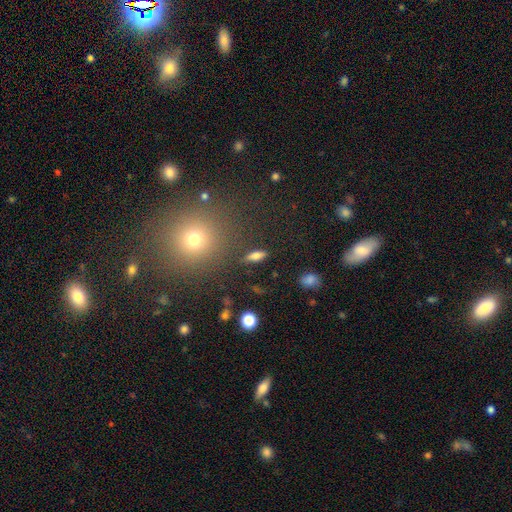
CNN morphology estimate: A smooth galaxy with no disk features (73%) that is in between round and cigar-shaped (62%).

Vote fractions:
- Smooth or featured? smooth: 73% / featured or disk: 15% / star or artifact: 12%
- How rounded? in between: 62% / cigar-shaped: 32% / round: 6%
- Merging? none: 84% / minor disturbance: 9% / major disturbance: 3% / merger: 3%